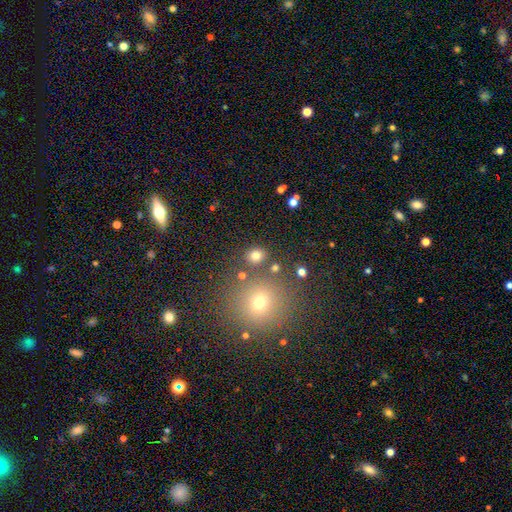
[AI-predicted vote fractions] The model was most divided on "how rounded": round: 71%, in between: 28%, cigar-shaped: 1%. More confident: merging — none (79%); smooth or featured — smooth (76%).